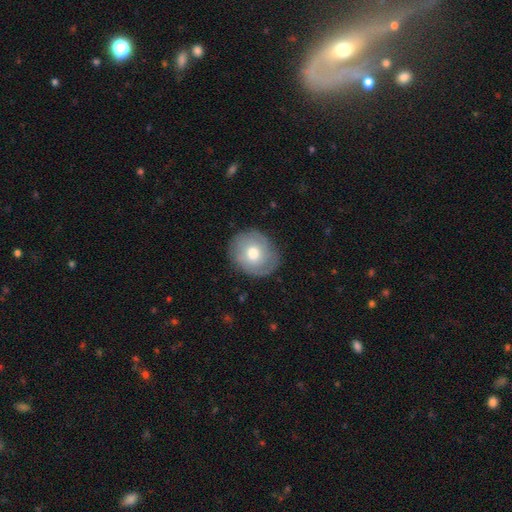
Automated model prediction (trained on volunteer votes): Q: Smooth or featured?
A: smooth (56%); runner-up: featured or disk (36%)
Q: How rounded?
A: round (69%); runner-up: in between (30%)
Q: Merging?
A: none (82%); runner-up: minor disturbance (13%)